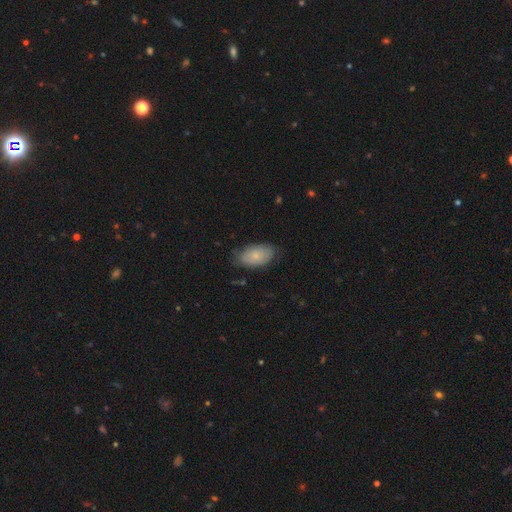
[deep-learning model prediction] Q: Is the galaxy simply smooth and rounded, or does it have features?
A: smooth — 71%.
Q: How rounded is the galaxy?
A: in between — 94%.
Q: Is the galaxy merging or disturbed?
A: none — 71%.